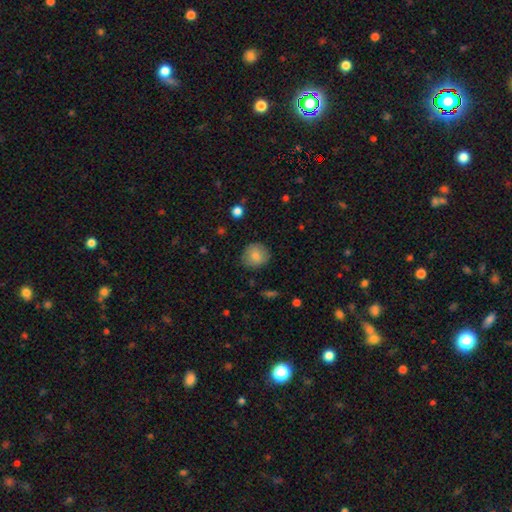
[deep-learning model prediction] A smooth galaxy with no disk features (81%) that is round (88%).

Vote fractions:
- Smooth or featured? smooth: 81% / featured or disk: 12% / star or artifact: 8%
- How rounded? round: 88% / in between: 11% / cigar-shaped: 1%
- Merging? none: 83% / minor disturbance: 13% / major disturbance: 3% / merger: 1%